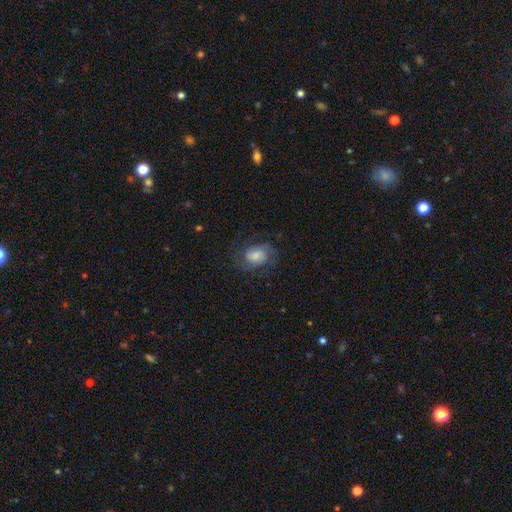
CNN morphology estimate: Overall: featured or disk (55%; smooth 35%). Edge-on disk: no (97%). Bar: no (62%; weak 32%). Spiral arms: yes (88%). Bulge size: moderate (39%; small 26%). Merging: none (69%).